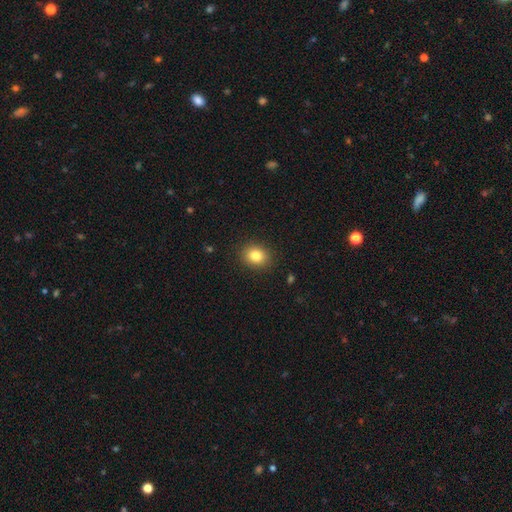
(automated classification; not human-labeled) smooth_or_featured: smooth (p=0.83) [alt: star or artifact p=0.10]
how_rounded: round (p=0.58) [alt: in between p=0.41]
merging: none (p=0.89) [alt: minor disturbance p=0.08]